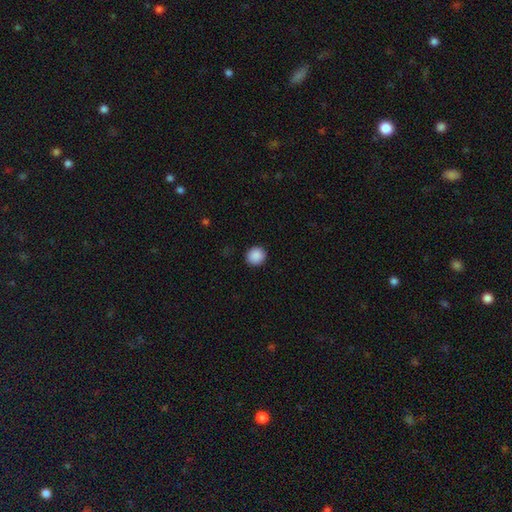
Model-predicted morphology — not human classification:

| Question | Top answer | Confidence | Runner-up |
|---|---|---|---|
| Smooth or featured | smooth | 89% | star or artifact (8%) |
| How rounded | round | 90% | in between (9%) |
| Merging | none | 92% | minor disturbance (5%) |